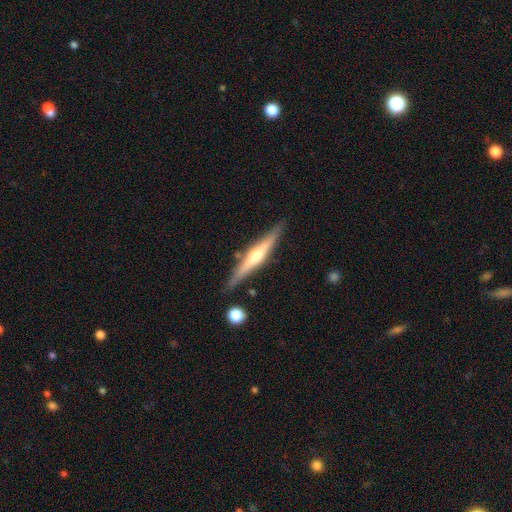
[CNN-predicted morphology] featured or disk 71%, smooth 24%, star or artifact 5%. Down the decision tree: edge-on disk — yes (98%); edge-on bulge — rounded (88%); merging — none (85%).